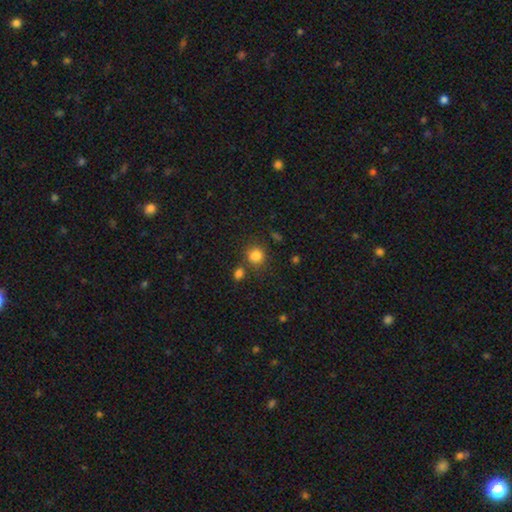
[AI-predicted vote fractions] Smooth or featured?
  - smooth: 82% *
  - star or artifact: 12%
  - featured or disk: 6%
How rounded?
  - round: 77% *
  - in between: 22%
  - cigar-shaped: 1%
Merging?
  - none: 68% *
  - merger: 14%
  - minor disturbance: 14%
  - major disturbance: 5%